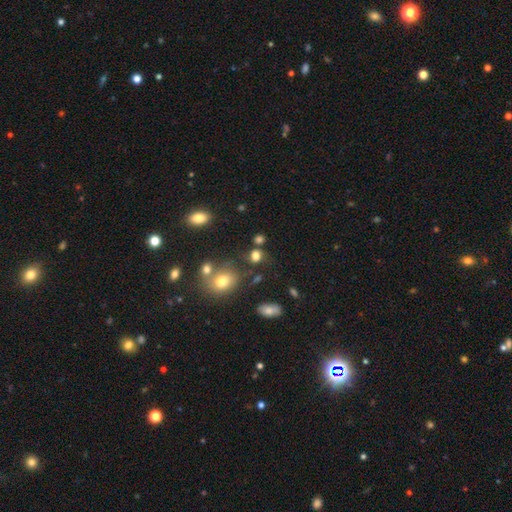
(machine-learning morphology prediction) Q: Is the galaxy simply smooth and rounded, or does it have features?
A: smooth — 76%.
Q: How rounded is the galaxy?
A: round — 66%.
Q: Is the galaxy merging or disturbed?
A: none — 60%.